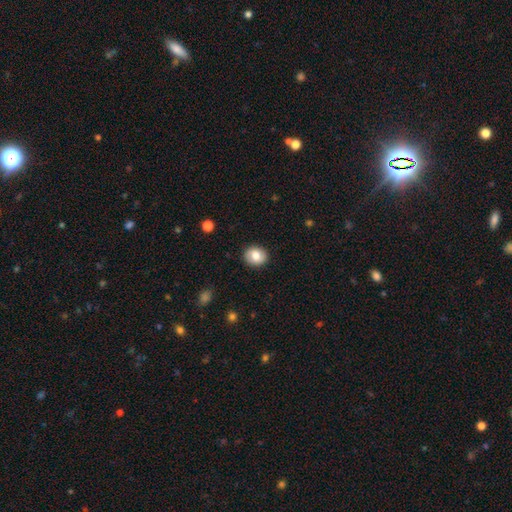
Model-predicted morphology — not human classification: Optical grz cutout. It shows a smooth galaxy with no disk features (80%) that is round (72%). Merging: none (90%).